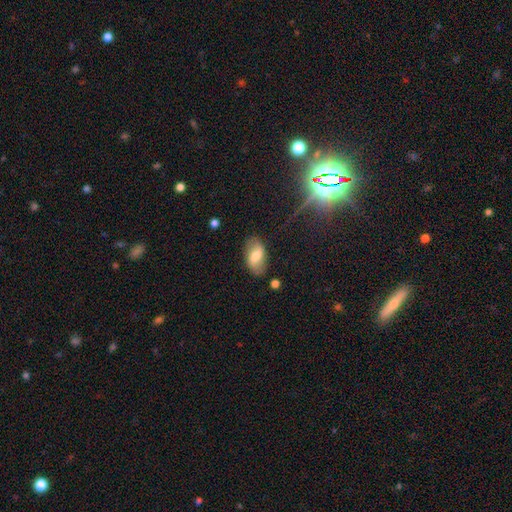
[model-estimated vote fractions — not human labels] Smooth or featured? smooth (60%)
How rounded? in between (92%)
Merging? none (79%)